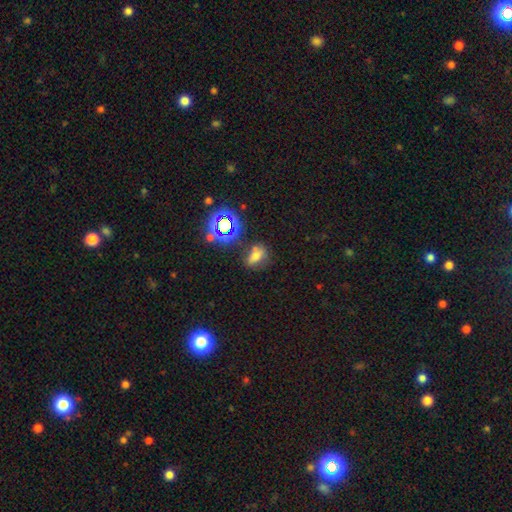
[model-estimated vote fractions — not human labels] smooth-or-featured: smooth: 56% | star or artifact: 29% | featured or disk: 15%
  how-rounded: in between: 70% | round: 25% | cigar-shaped: 5%
  merging: none: 63% | minor disturbance: 18% | merger: 12% | major disturbance: 7%